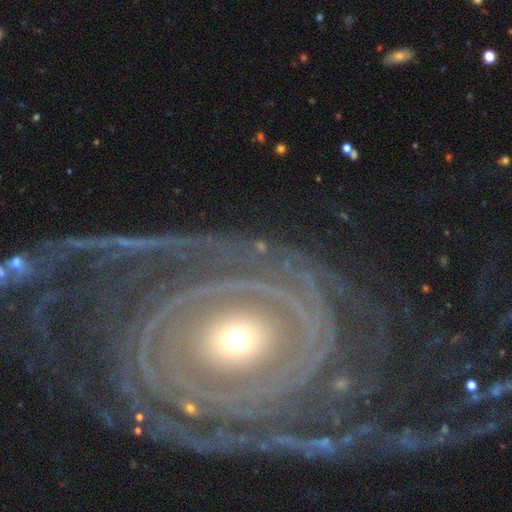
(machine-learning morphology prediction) A featured or disk galaxy (90%) with no bar (77%), 2 (29%) tight (81%) spiral arms (95%) and a moderate central bulge (50%).

Vote fractions:
- Smooth or featured? featured or disk: 90% / star or artifact: 6% / smooth: 5%
- Edge-on disk? no: 97% / yes: 3%
- Bar? no: 77% / weak: 13% / strong: 10%
- Spiral arms? yes: 95% / no: 5%
- Spiral winding? tight: 81% / medium: 13% / loose: 6%
- Spiral arm count? 2: 29% / can't tell: 22% / 3: 14% / more than 4: 13% / 4: 12% / 1: 10%
- Bulge size? moderate: 50% / small: 43% / large: 5% / dominant: 1% / none: 1%
- Merging? none: 68% / major disturbance: 15% / minor disturbance: 14% / merger: 3%